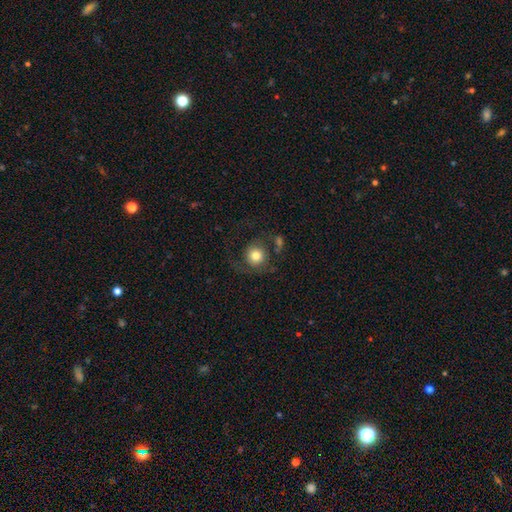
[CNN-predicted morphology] Smooth or featured? Predicted: smooth (p=0.74). How rounded? Predicted: round (p=0.91). Merging? Predicted: none (p=0.59).